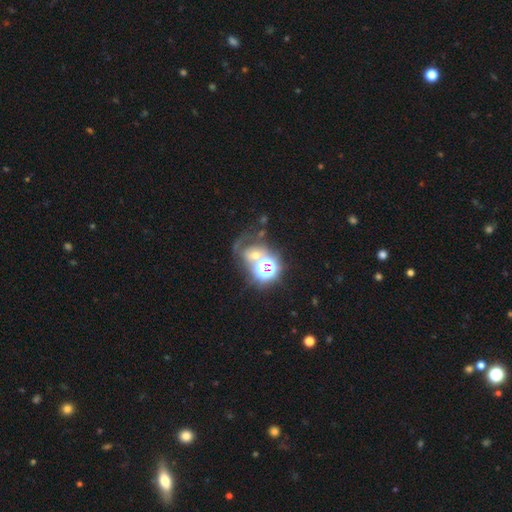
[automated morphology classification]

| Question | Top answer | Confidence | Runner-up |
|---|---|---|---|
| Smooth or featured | star or artifact | 43% | smooth (32%) |